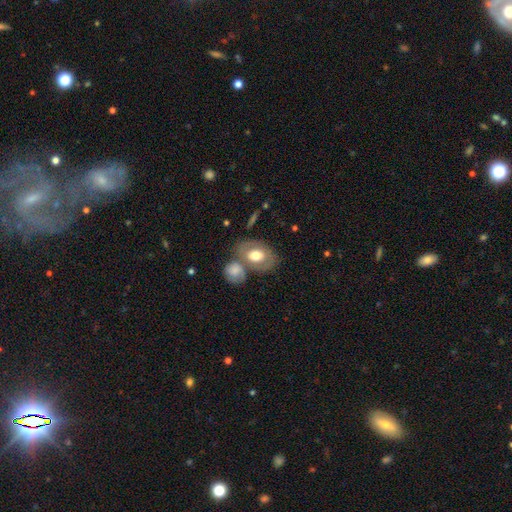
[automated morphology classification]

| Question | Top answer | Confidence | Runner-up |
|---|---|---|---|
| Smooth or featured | smooth | 55% | featured or disk (38%) |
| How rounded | in between | 77% | round (22%) |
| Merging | none | 54% | merger (26%) |